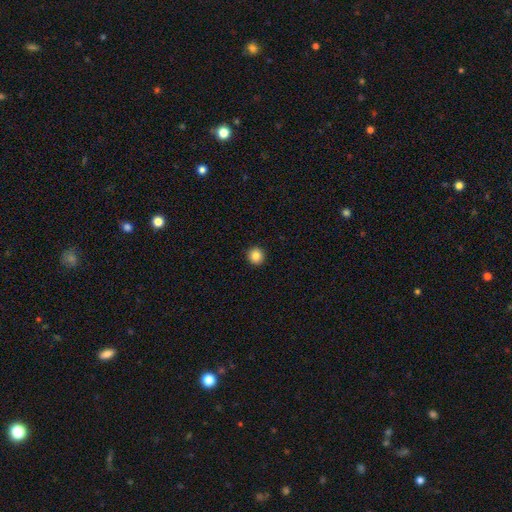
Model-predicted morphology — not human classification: type=smooth (86%); roundness=round (95%); merging=none (94%).